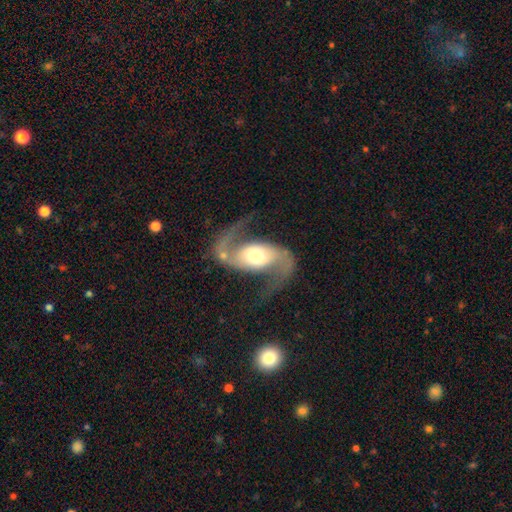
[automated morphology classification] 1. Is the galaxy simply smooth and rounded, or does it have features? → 91% featured or disk, 5% smooth, 4% star or artifact.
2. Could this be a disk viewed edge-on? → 97% no, 3% yes.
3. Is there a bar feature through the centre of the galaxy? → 43% no, 32% weak, 26% strong.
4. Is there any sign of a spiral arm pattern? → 97% yes, 3% no.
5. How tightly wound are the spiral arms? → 67% loose, 27% medium, 6% tight.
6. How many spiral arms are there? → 94% 2, 2% 1, 1% can't tell, 1% 3, 1% 4, 1% more than 4.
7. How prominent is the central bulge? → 56% moderate, 21% small, 18% large, 3% dominant, 2% none.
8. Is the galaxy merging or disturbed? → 73% none, 12% minor disturbance, 12% major disturbance, 3% merger.